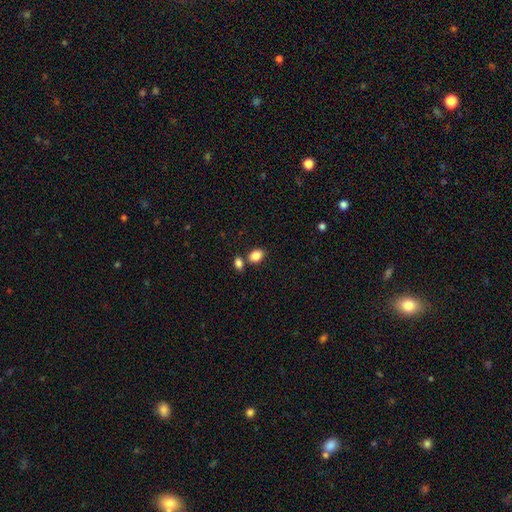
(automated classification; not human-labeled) Smooth or featured? smooth (85%)
How rounded? in between (73%)
Merging? none (66%)